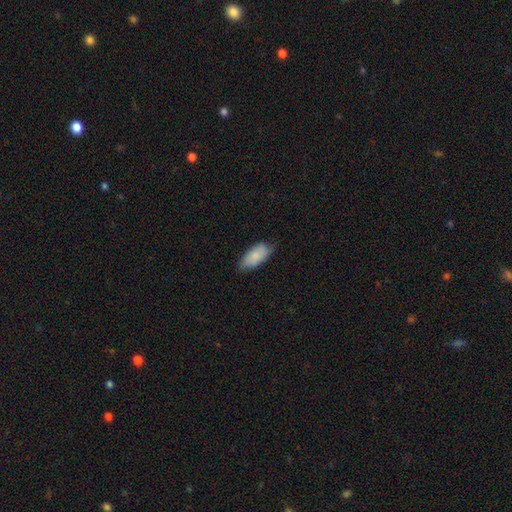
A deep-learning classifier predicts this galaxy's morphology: Smooth or featured: smooth — 84% (featured or disk — 10%)
How rounded: in between — 89% (cigar-shaped — 9%)
Merging: none — 71% (minor disturbance — 24%)